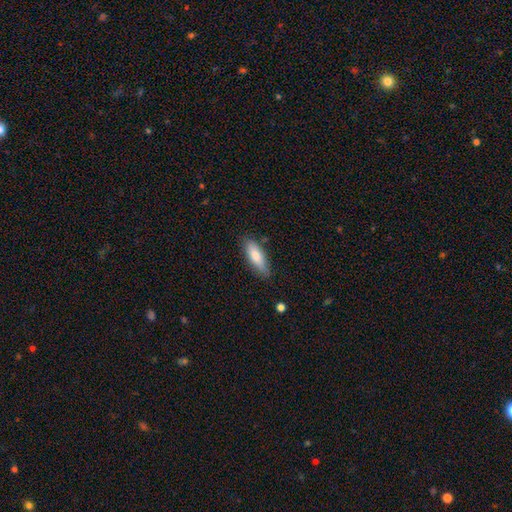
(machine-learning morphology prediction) smooth_or_featured: smooth (p=0.78) [alt: featured or disk p=0.16]
how_rounded: in between (p=0.57) [alt: cigar-shaped p=0.41]
merging: none (p=0.80) [alt: minor disturbance p=0.15]